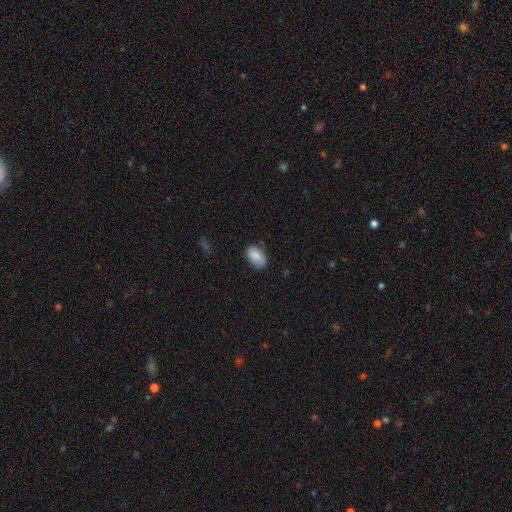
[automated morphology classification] Overall: smooth (84%). How rounded: in between (91%). Merging: none (74%).